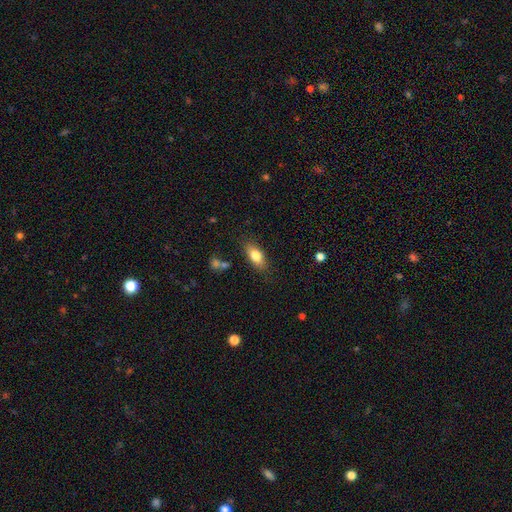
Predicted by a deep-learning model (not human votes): A smooth galaxy with no disk features (79%) that is in between round and cigar-shaped (84%). Merging: none (81%).